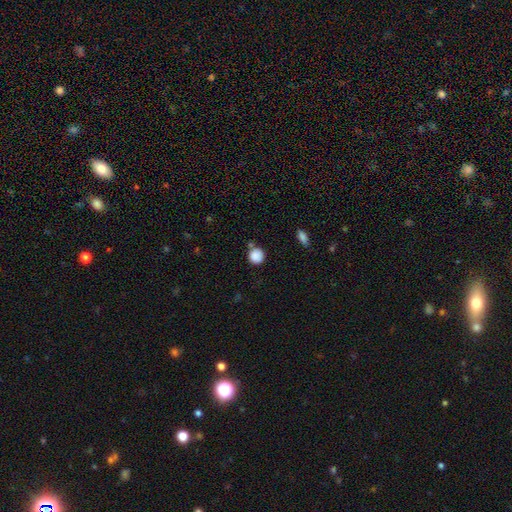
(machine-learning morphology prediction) A smooth galaxy with no disk features (88%) that is round (90%). Merging: none (75%).